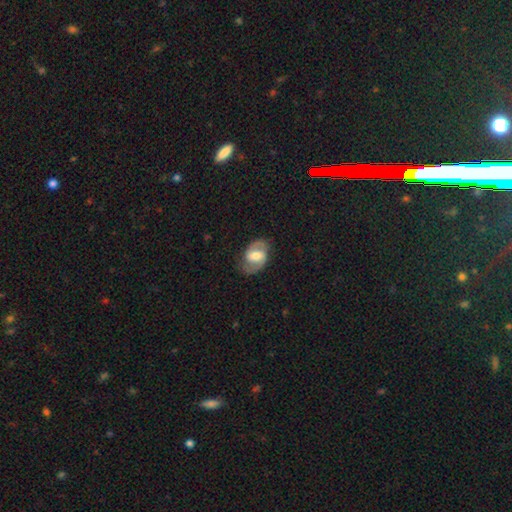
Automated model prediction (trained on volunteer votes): Morphology: type=featured or disk (74%); edge-on=no (97%); bar=weak (48%); spiral arms=yes (89%); winding=medium (53%); arm count=2 (89%); bulge=moderate (57%); merging=none (78%).